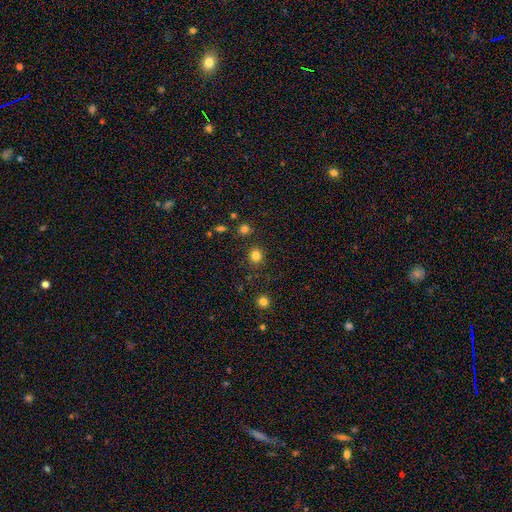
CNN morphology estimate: Smooth or featured? smooth (81%)
How rounded? round (88%)
Merging? none (87%)